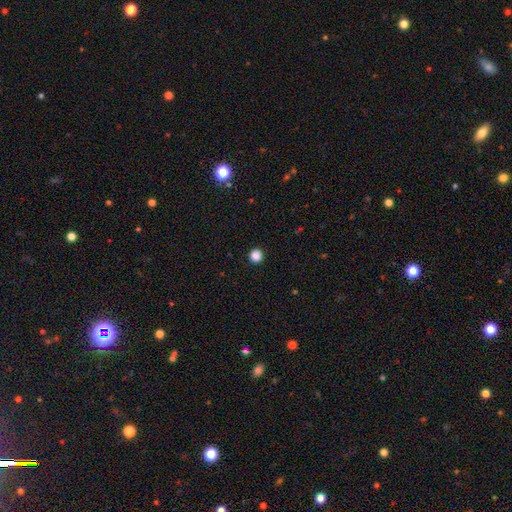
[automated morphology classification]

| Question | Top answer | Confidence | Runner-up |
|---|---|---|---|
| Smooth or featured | smooth | 86% | star or artifact (11%) |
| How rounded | round | 95% | in between (4%) |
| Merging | none | 93% | minor disturbance (4%) |